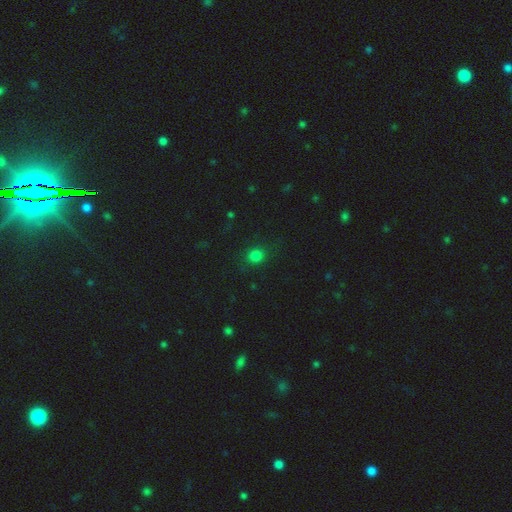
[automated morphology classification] Overall: smooth (79%). How rounded: round (80%). Merging: none (86%).